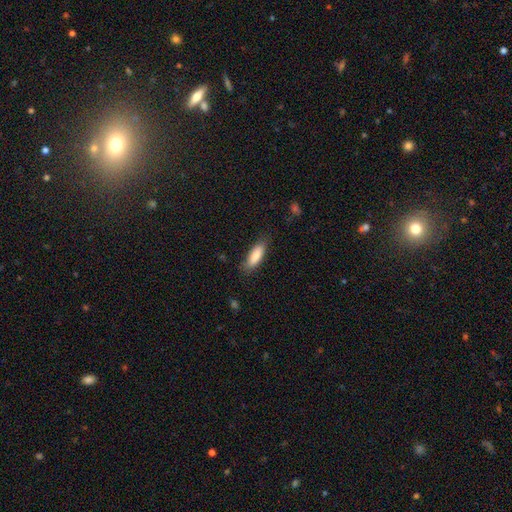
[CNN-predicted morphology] This is clearly a smooth galaxy (84%). How rounded: possibly in between (56%). Merging: clearly none (80%).